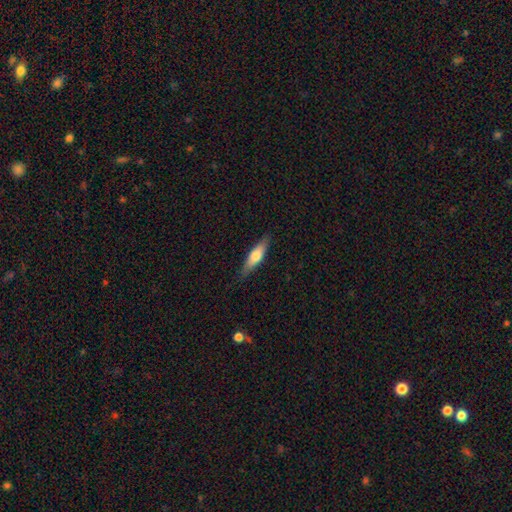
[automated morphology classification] A smooth galaxy with no disk features (64%) that is cigar-shaped (63%). Merging: none (84%).